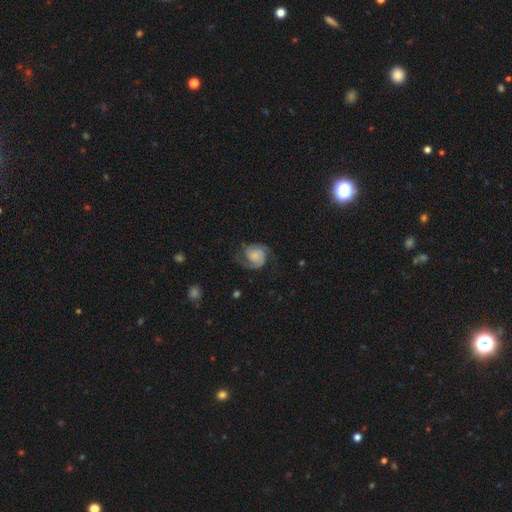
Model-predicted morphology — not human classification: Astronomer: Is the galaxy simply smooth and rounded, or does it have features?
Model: featured or disk — 80%.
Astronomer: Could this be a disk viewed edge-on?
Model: no — 98%.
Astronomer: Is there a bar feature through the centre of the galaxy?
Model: no — 68%.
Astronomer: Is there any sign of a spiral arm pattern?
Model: yes — 97%.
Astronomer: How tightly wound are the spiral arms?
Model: medium — 48% (runner-up: tight, 31%).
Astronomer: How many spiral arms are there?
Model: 2 — 88%.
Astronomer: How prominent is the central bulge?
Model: none — 35% (runner-up: small, 32%).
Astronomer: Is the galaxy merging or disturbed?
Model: none — 69%.